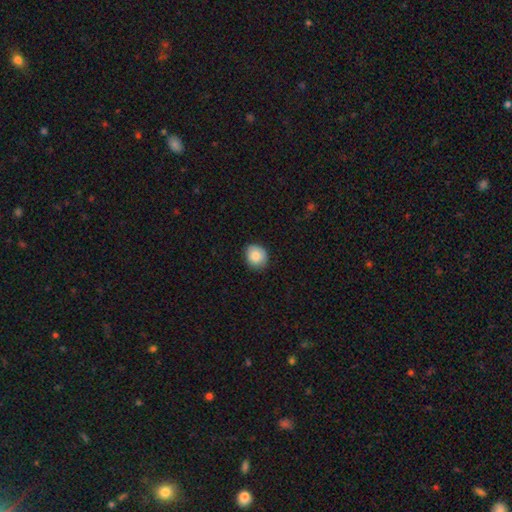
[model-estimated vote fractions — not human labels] Smooth or featured?
  - smooth: 83% *
  - featured or disk: 9%
  - star or artifact: 8%
How rounded?
  - round: 76% *
  - in between: 23%
  - cigar-shaped: 1%
Merging?
  - none: 84% *
  - minor disturbance: 13%
  - major disturbance: 2%
  - merger: 1%